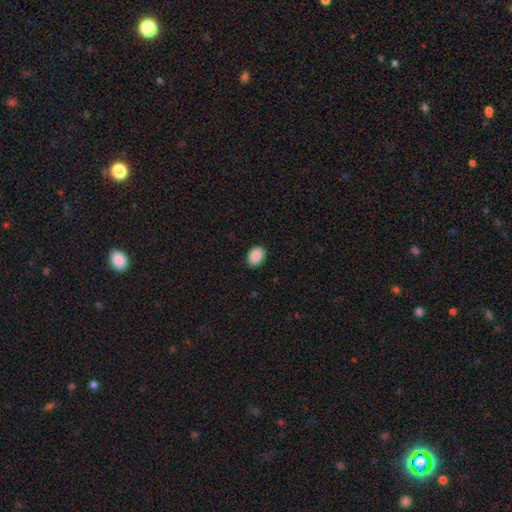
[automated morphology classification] Q: Smooth or featured?
A: smooth (90%); runner-up: star or artifact (7%)
Q: How rounded?
A: in between (81%); runner-up: round (18%)
Q: Merging?
A: none (89%); runner-up: minor disturbance (8%)